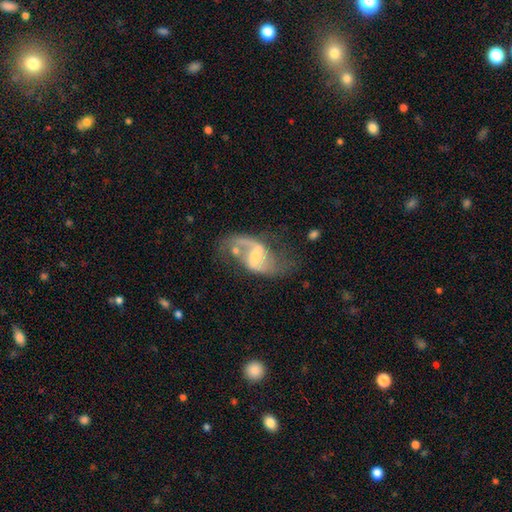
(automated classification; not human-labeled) Smooth or featured?
  - featured or disk: 86% *
  - smooth: 8%
  - star or artifact: 6%
Edge-on disk?
  - no: 97% *
  - yes: 3%
Bar?
  - weak: 51% *
  - no: 29%
  - strong: 21%
Spiral arms?
  - yes: 93% *
  - no: 7%
Spiral winding?
  - loose: 65% *
  - medium: 30%
  - tight: 6%
Spiral arm count?
  - 2: 87% *
  - 1: 7%
  - can't tell: 3%
  - 3: 1%
  - 4: 1%
  - more than 4: 1%
Bulge size?
  - small: 47% *
  - moderate: 42%
  - none: 6%
  - large: 4%
  - dominant: 1%
Merging?
  - none: 53% *
  - minor disturbance: 20%
  - major disturbance: 18%
  - merger: 9%